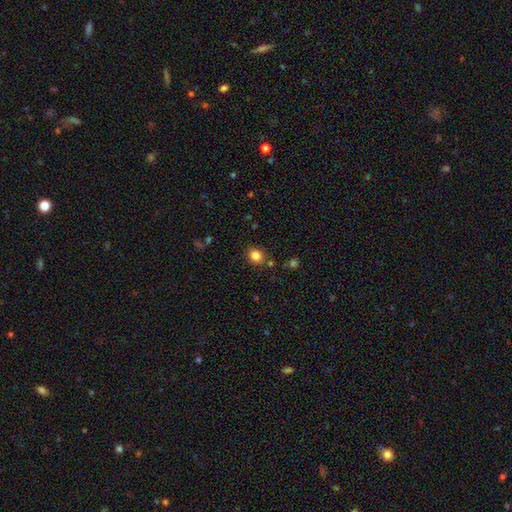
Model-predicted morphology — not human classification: smooth 83%, star or artifact 12%, featured or disk 5%. Down the decision tree: how rounded — round (78%); merging — none (85%).